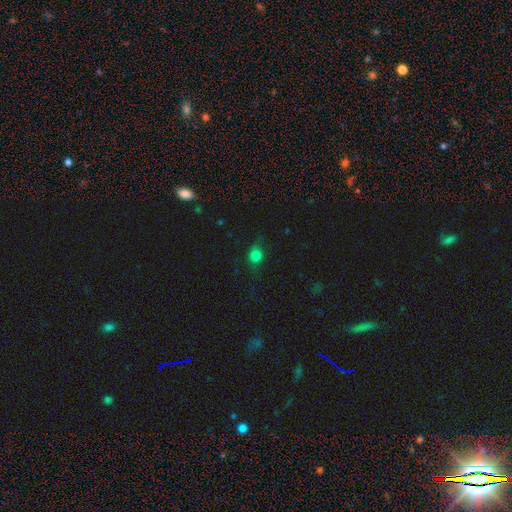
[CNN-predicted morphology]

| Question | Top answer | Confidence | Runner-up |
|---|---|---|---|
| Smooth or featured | smooth | 77% | star or artifact (15%) |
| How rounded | round | 68% | in between (30%) |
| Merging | none | 73% | minor disturbance (19%) |